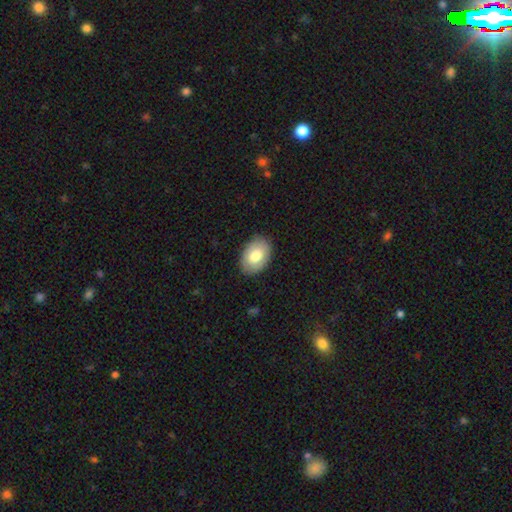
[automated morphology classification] Q: Smooth or featured?
A: smooth (70%); runner-up: featured or disk (24%)
Q: How rounded?
A: in between (85%); runner-up: round (14%)
Q: Merging?
A: none (85%); runner-up: minor disturbance (12%)